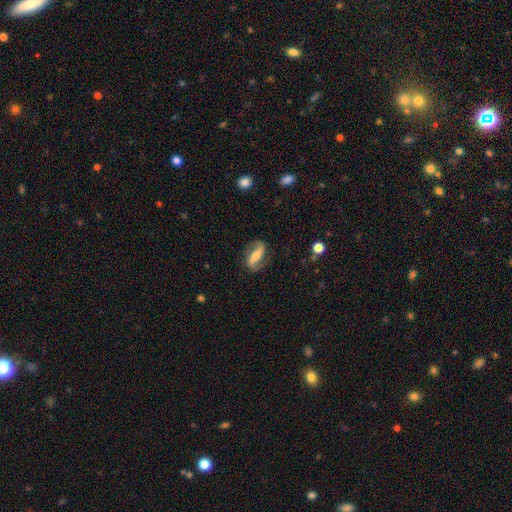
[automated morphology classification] Smooth or featured? featured or disk (74%)
Edge-on disk? no (89%)
Bar? strong (58%)
Spiral arms? yes (89%)
Spiral winding? loose (47%)
Spiral arm count? 2 (90%)
Bulge size? moderate (47%)
Merging? none (77%)